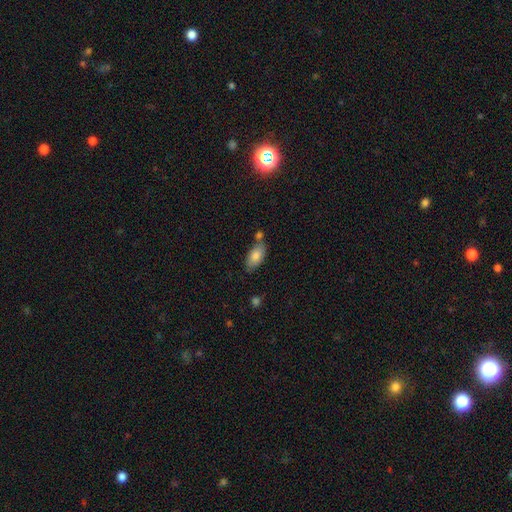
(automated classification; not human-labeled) Smooth or featured: smooth — 81% (featured or disk — 12%)
How rounded: in between — 91% (cigar-shaped — 5%)
Merging: none — 61% (merger — 18%)